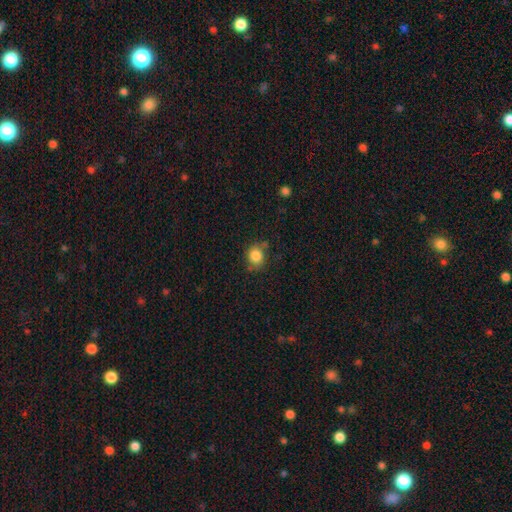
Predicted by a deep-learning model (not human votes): Smooth or featured?
  - smooth: 84% *
  - star or artifact: 10%
  - featured or disk: 6%
How rounded?
  - round: 69% *
  - in between: 30%
  - cigar-shaped: 1%
Merging?
  - none: 71% *
  - minor disturbance: 19%
  - major disturbance: 5%
  - merger: 5%